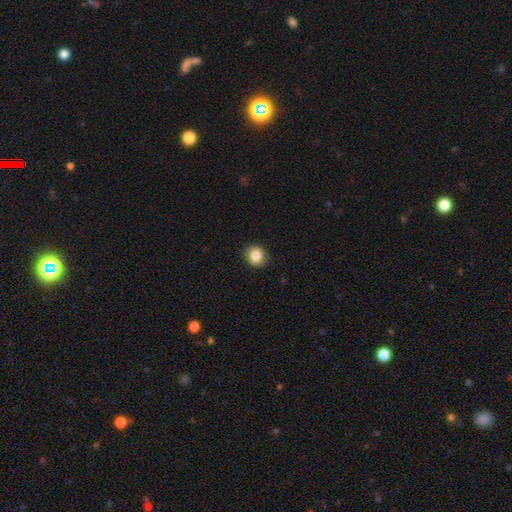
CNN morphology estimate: Smooth or featured? smooth (85%)
How rounded? round (75%)
Merging? none (87%)